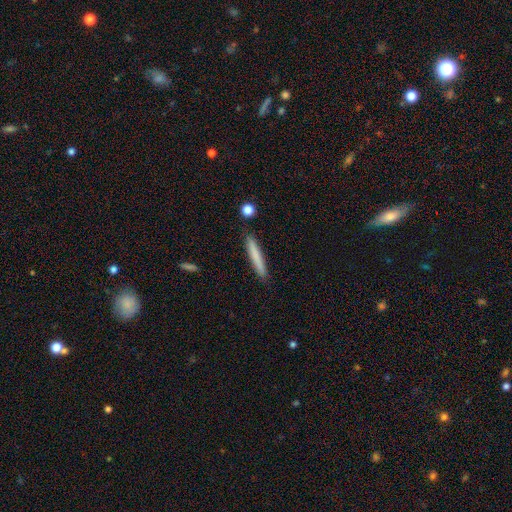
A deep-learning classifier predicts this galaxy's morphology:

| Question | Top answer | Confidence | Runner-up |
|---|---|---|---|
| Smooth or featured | smooth | 75% | featured or disk (18%) |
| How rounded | cigar-shaped | 95% | in between (4%) |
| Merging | none | 88% | minor disturbance (8%) |